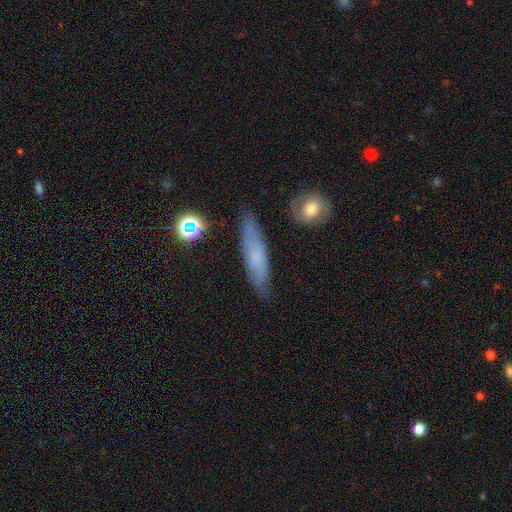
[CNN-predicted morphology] A smooth galaxy with no disk features (57%) that is cigar-shaped (72%). Merging: none (76%).